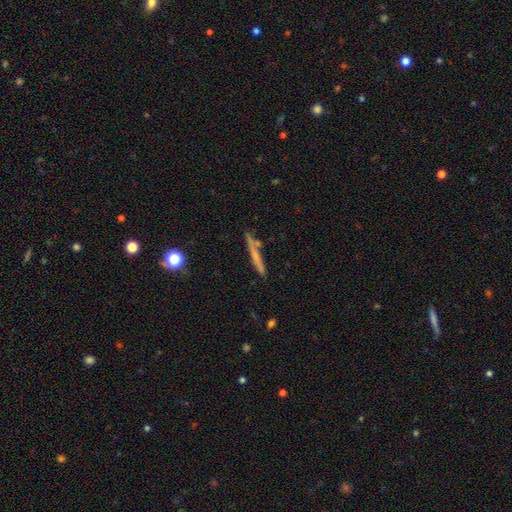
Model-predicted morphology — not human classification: Smooth or featured?
  - smooth: 47% *
  - featured or disk: 43%
  - star or artifact: 10%
Merging?
  - none: 78% *
  - minor disturbance: 14%
  - merger: 5%
  - major disturbance: 3%